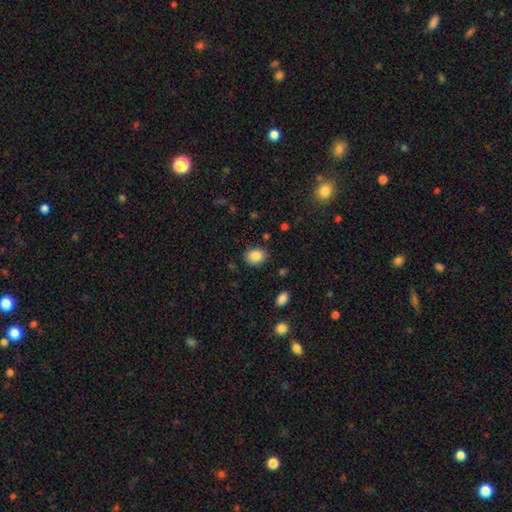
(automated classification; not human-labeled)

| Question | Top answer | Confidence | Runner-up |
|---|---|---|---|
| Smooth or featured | smooth | 86% | star or artifact (9%) |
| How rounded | in between | 55% | round (44%) |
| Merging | none | 85% | minor disturbance (11%) |